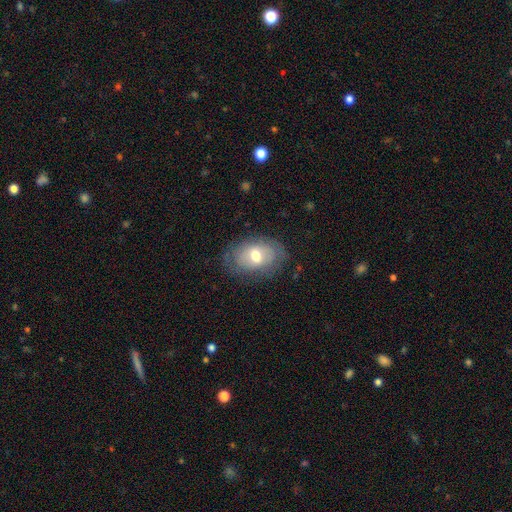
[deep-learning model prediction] A smooth galaxy with no disk features (58%) that is in between round and cigar-shaped (80%).

Vote fractions:
- Smooth or featured? smooth: 58% / featured or disk: 34% / star or artifact: 8%
- How rounded? in between: 80% / round: 19% / cigar-shaped: 1%
- Merging? none: 70% / minor disturbance: 20% / major disturbance: 8% / merger: 1%